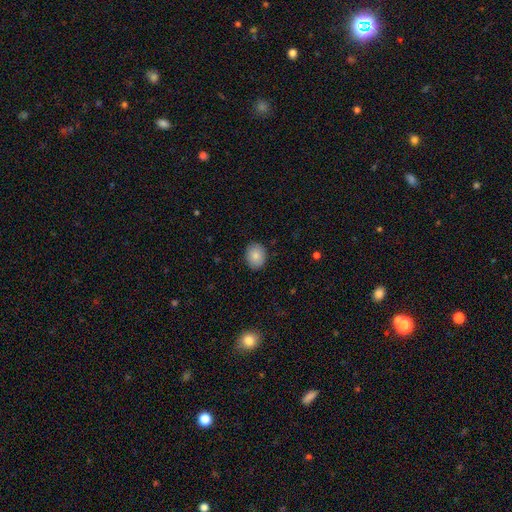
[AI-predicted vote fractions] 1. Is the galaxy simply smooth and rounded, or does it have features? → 83% smooth, 9% featured or disk, 8% star or artifact.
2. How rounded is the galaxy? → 50% in between, 49% round, 1% cigar-shaped.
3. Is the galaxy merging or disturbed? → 87% none, 10% minor disturbance, 2% major disturbance, 1% merger.